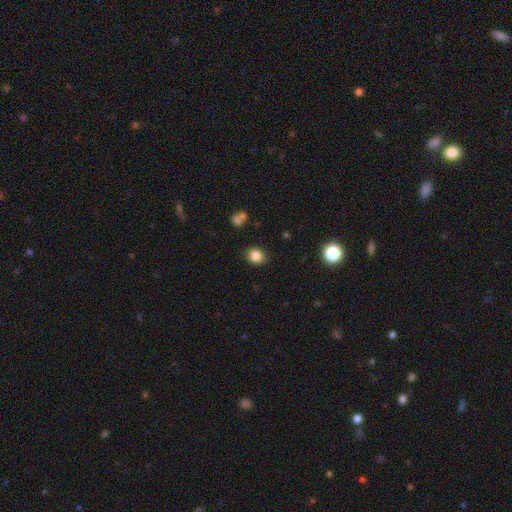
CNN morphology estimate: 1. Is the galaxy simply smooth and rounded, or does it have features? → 84% smooth, 12% star or artifact, 5% featured or disk.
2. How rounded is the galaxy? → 78% round, 21% in between, 1% cigar-shaped.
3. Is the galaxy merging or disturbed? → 88% none, 7% minor disturbance, 2% major disturbance, 2% merger.